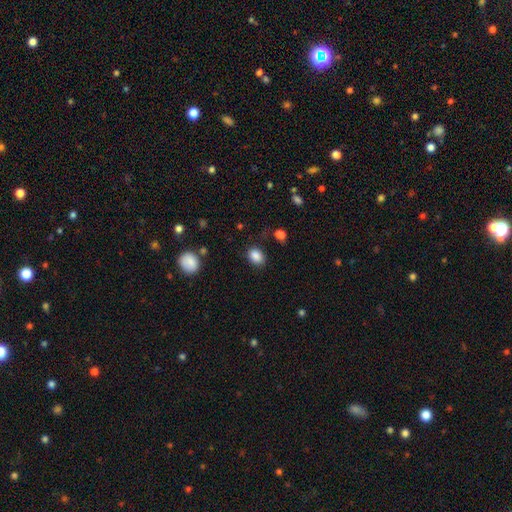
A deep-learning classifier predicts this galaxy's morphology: Smooth or featured? Predicted: smooth (p=0.86). How rounded? Predicted: in between (p=0.67). Merging? Predicted: none (p=0.78).